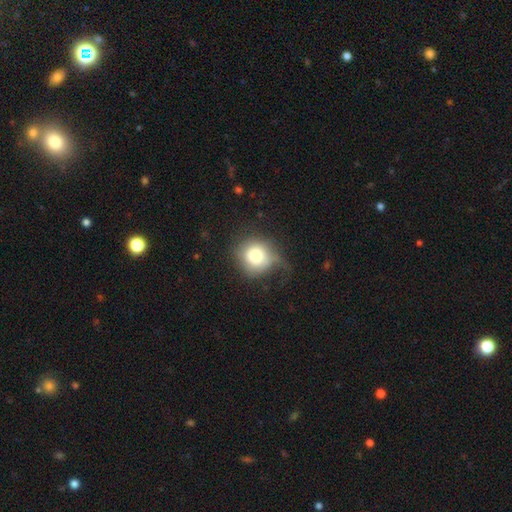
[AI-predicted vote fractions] This appears to be a smooth galaxy with no disk features (74%) that is round (86%). Merging: none (41%).